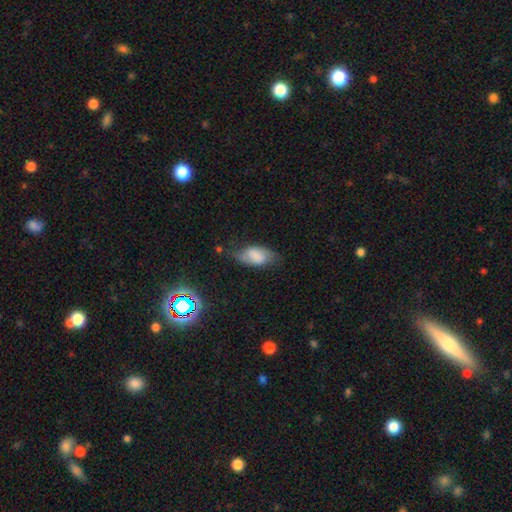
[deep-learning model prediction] Smooth or featured: smooth — 57% (featured or disk — 33%)
How rounded: in between — 90% (round — 6%)
Merging: none — 48% (minor disturbance — 32%)